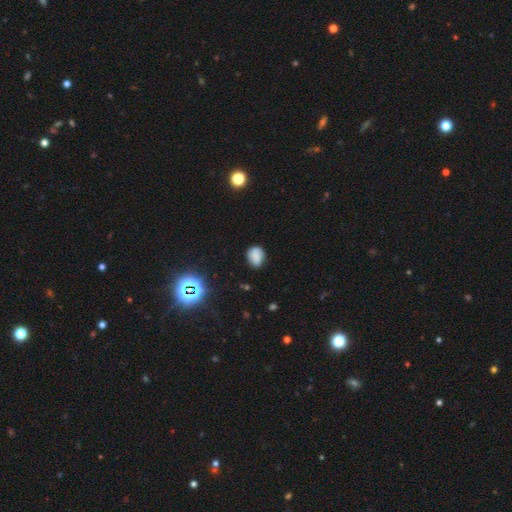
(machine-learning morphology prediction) smooth 79%, star or artifact 14%, featured or disk 7%. Down the decision tree: how rounded — in between (60%); merging — none (74%).